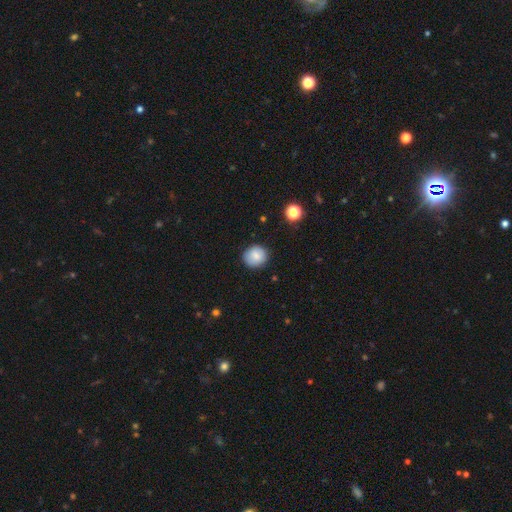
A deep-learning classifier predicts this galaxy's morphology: Smooth or featured? smooth (83%)
How rounded? round (86%)
Merging? none (85%)